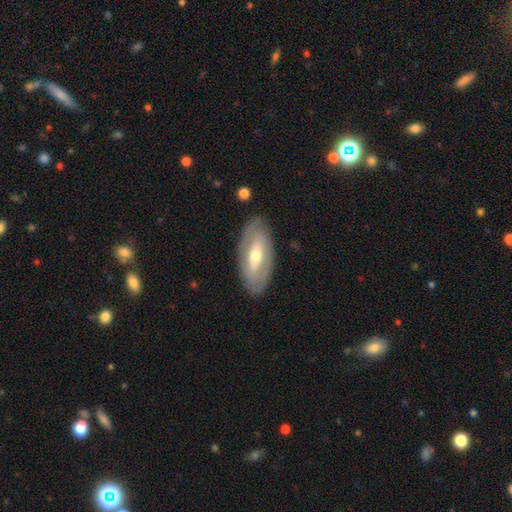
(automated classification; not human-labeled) smooth_or_featured: featured or disk (p=0.61) [alt: smooth p=0.34]
disk_edge_on: no (p=0.83) [alt: yes p=0.17]
bar: strong (p=0.37) [alt: weak p=0.34]
has_spiral_arms: no (p=0.64) [alt: yes p=0.36]
bulge_size: moderate (p=0.63) [alt: small p=0.28]
merging: none (p=0.83) [alt: minor disturbance p=0.12]